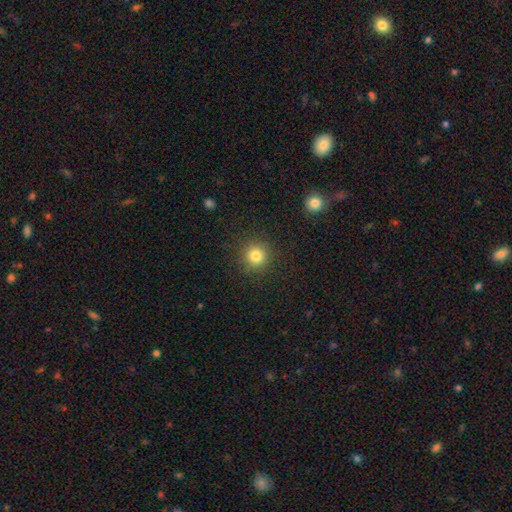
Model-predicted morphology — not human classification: smooth_or_featured: smooth (p=0.81) [alt: star or artifact p=0.12]
how_rounded: round (p=0.94) [alt: in between p=0.05]
merging: none (p=0.90) [alt: minor disturbance p=0.06]